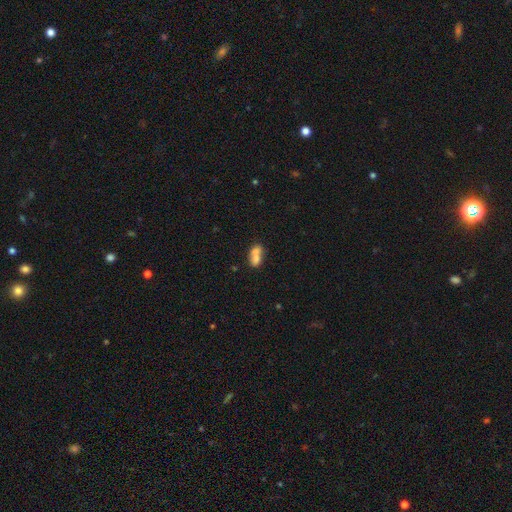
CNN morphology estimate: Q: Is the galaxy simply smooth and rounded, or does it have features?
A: smooth — 70%.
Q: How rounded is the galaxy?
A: in between — 71%.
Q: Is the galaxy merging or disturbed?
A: merger — 65%.